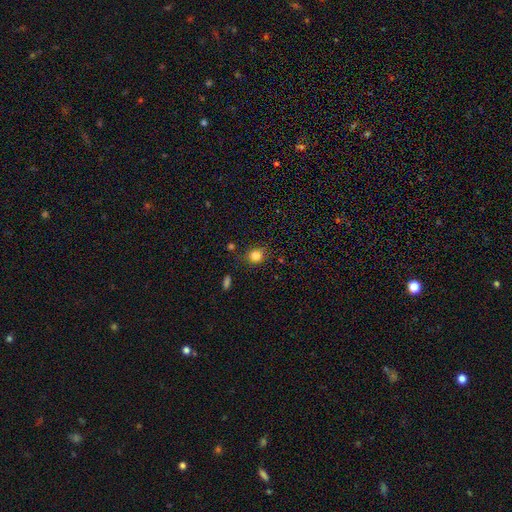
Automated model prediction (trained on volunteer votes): Morphology: type=smooth (82%); roundness=round (77%); merging=none (80%).